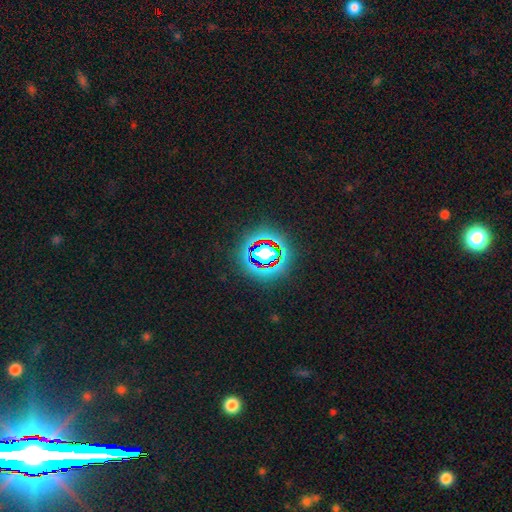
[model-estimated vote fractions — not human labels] This is clearly a star or artifact rather than a galaxy (80%).